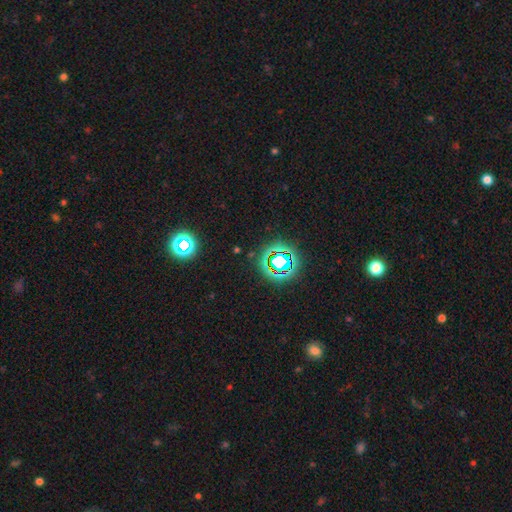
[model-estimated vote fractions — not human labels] The model was most divided on "smooth or featured": star or artifact: 74%, smooth: 19%, featured or disk: 7%.